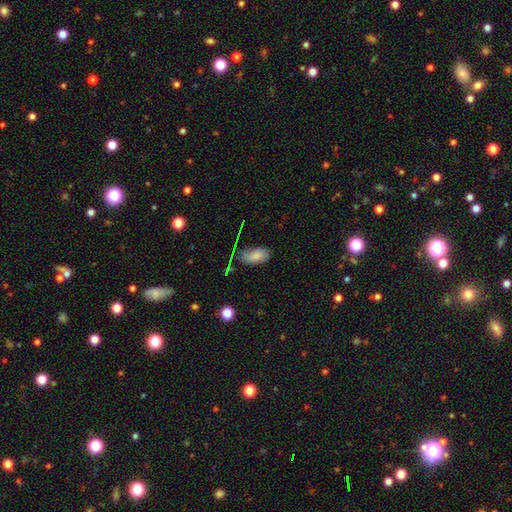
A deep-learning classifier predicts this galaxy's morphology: smooth 78%, featured or disk 11%, star or artifact 10%. Down the decision tree: how rounded — in between (93%); merging — none (61%).